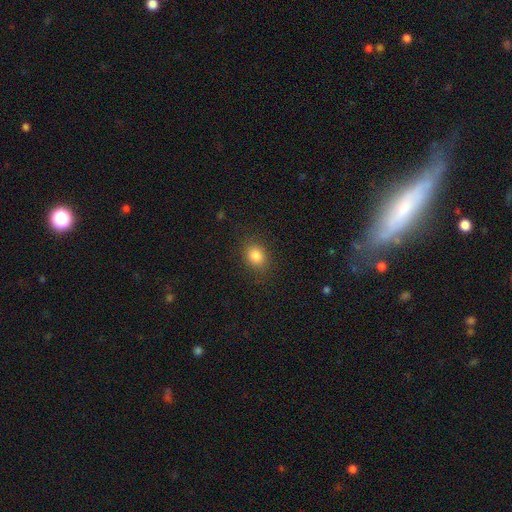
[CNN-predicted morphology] Smooth or featured?
  - smooth: 83% *
  - star or artifact: 11%
  - featured or disk: 6%
How rounded?
  - in between: 50% *
  - round: 49%
  - cigar-shaped: 1%
Merging?
  - none: 85% *
  - minor disturbance: 11%
  - major disturbance: 4%
  - merger: 1%